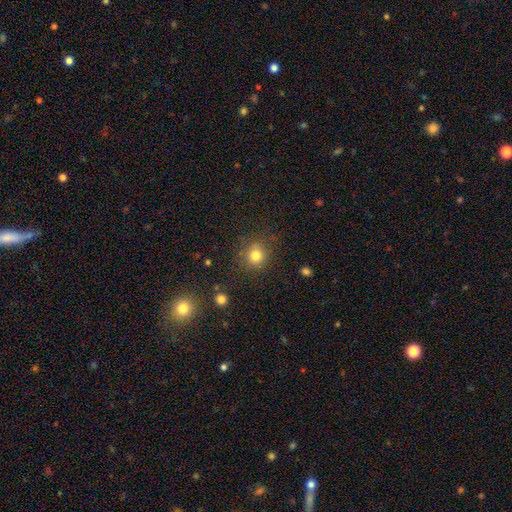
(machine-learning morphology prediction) The model was most divided on "smooth or featured": smooth: 80%, star or artifact: 13%, featured or disk: 6%. More confident: how rounded — round (85%); merging — none (83%).